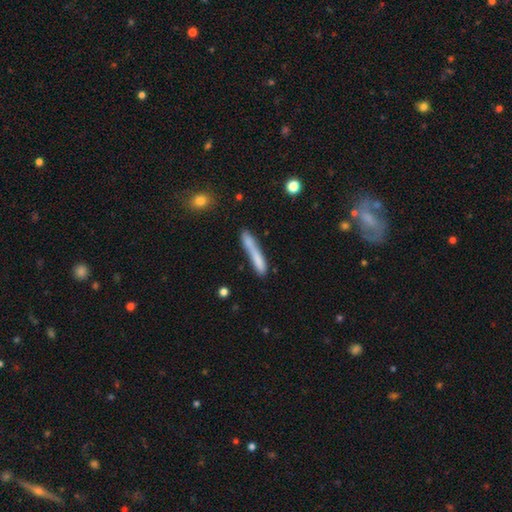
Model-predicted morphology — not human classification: Smooth or featured: smooth — 68% (featured or disk — 24%)
How rounded: cigar-shaped — 94% (in between — 5%)
Merging: none — 59% (minor disturbance — 22%)